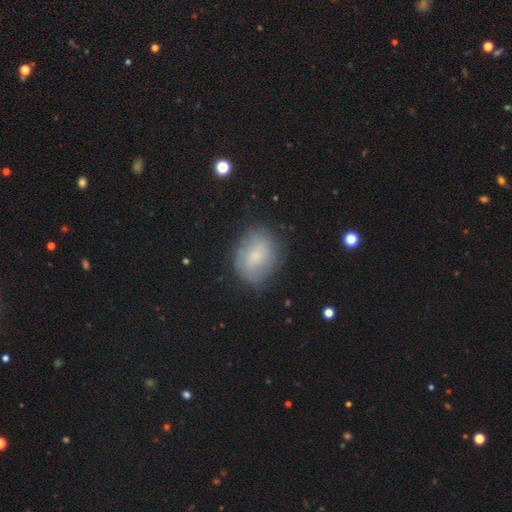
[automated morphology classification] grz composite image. It shows a smooth galaxy with no disk features (65%) that is in between round and cigar-shaped (61%). Merging: none (70%).